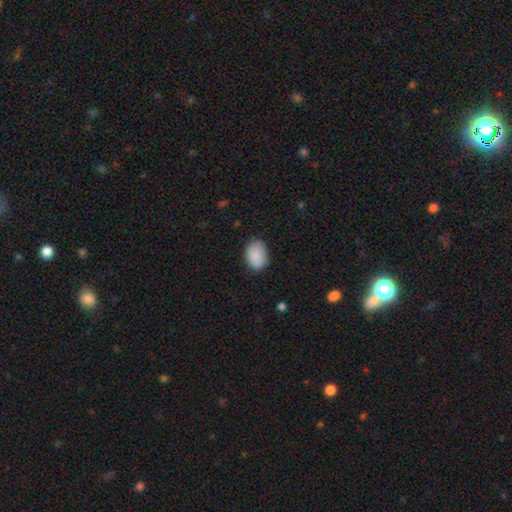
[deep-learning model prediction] This appears to be a smooth galaxy with no disk features (89%) that is in between round and cigar-shaped (81%). Merging: none (82%).